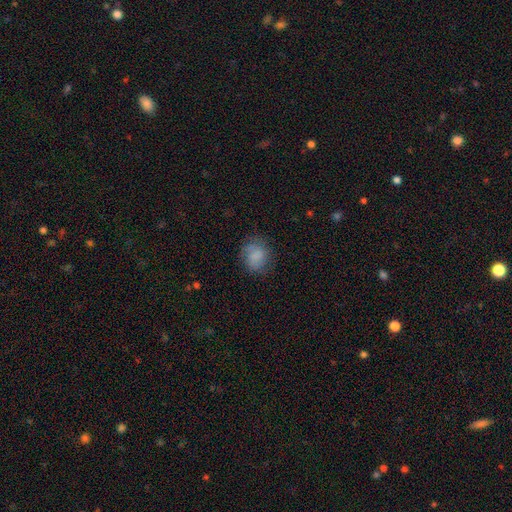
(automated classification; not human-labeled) Morphology: type=smooth (74%); roundness=round (68%); merging=none (71%).